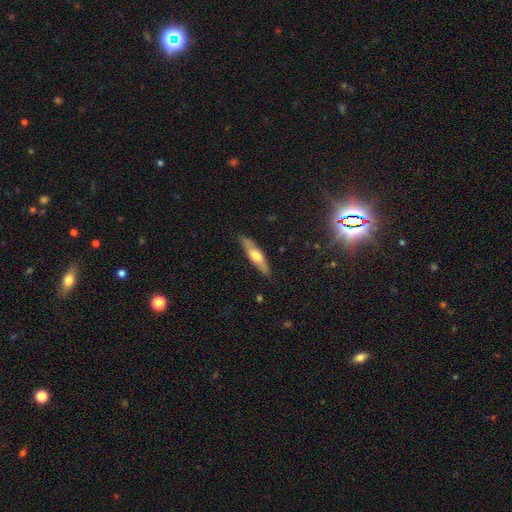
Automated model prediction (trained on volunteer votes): Overall: featured or disk (48%; smooth 46%). Merging: none (84%).